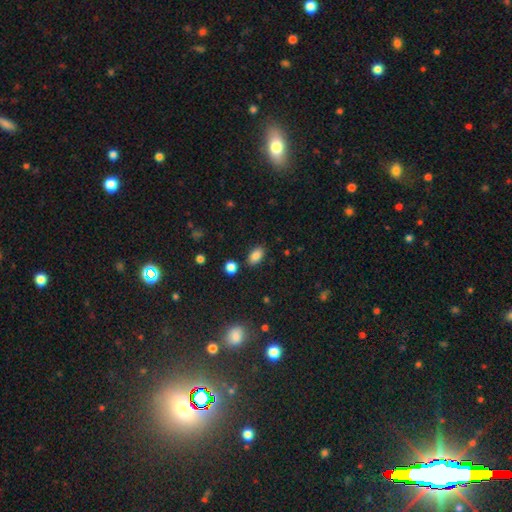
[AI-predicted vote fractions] Smooth or featured? Predicted: smooth (p=0.86). How rounded? Predicted: in between (p=0.90). Merging? Predicted: none (p=0.84).